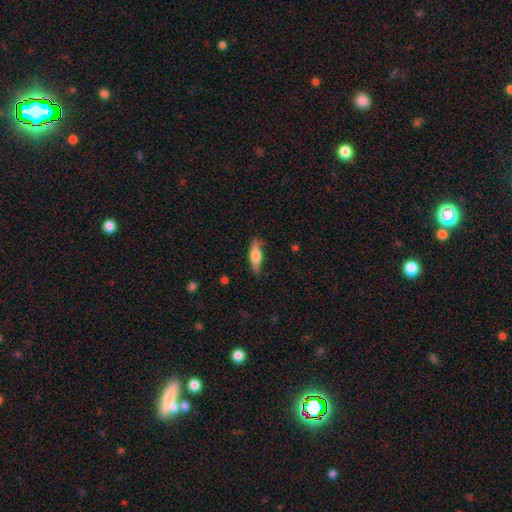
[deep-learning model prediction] smooth 56%, featured or disk 38%, star or artifact 6%. Down the decision tree: how rounded — cigar-shaped (52%); merging — none (81%).